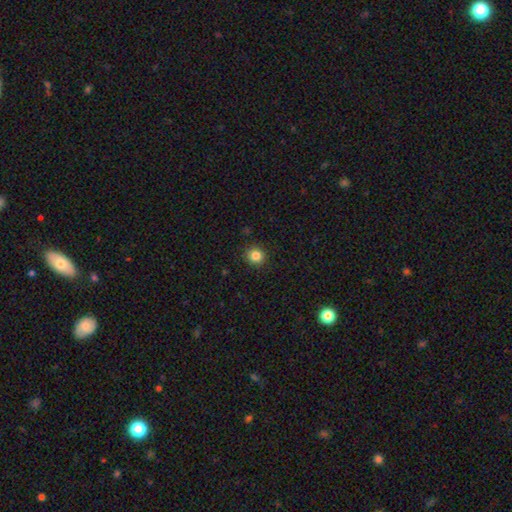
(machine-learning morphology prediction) smooth-or-featured: smooth: 84% | star or artifact: 11% | featured or disk: 5%
  how-rounded: round: 89% | in between: 10% | cigar-shaped: 1%
  merging: none: 91% | minor disturbance: 6% | major disturbance: 2% | merger: 1%